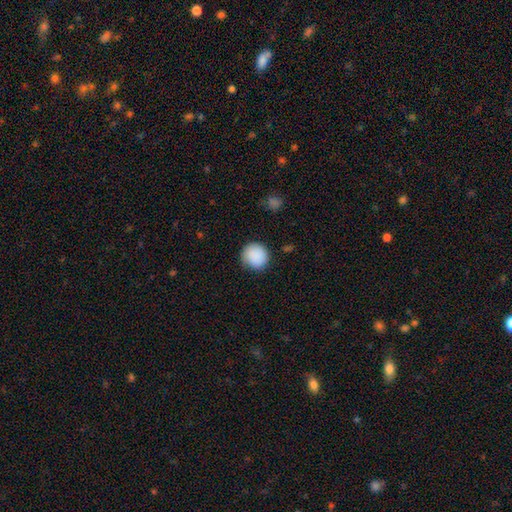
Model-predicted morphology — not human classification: Smooth or featured?
  - smooth: 89% *
  - star or artifact: 7%
  - featured or disk: 3%
How rounded?
  - round: 91% *
  - in between: 8%
  - cigar-shaped: 1%
Merging?
  - none: 82% *
  - minor disturbance: 13%
  - major disturbance: 3%
  - merger: 1%